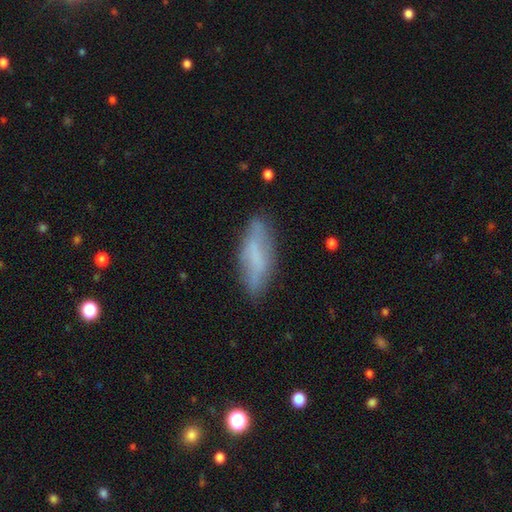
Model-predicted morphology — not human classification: smooth_or_featured: smooth (p=0.59) [alt: featured or disk p=0.33]
how_rounded: in between (p=0.51) [alt: cigar-shaped p=0.47]
merging: none (p=0.74) [alt: minor disturbance p=0.19]